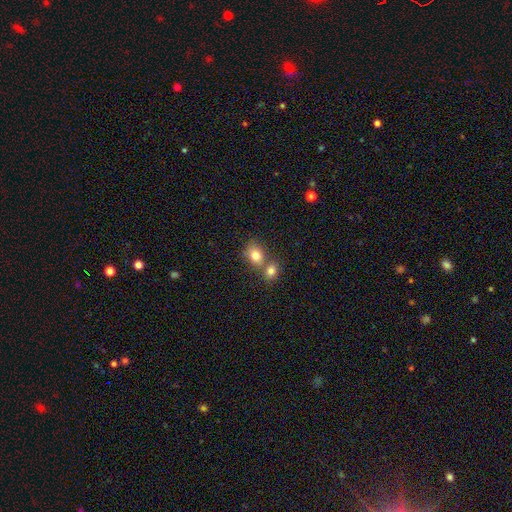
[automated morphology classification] Smooth or featured: smooth — 81% (star or artifact — 10%)
How rounded: in between — 52% (round — 47%)
Merging: merger — 47% (none — 41%)